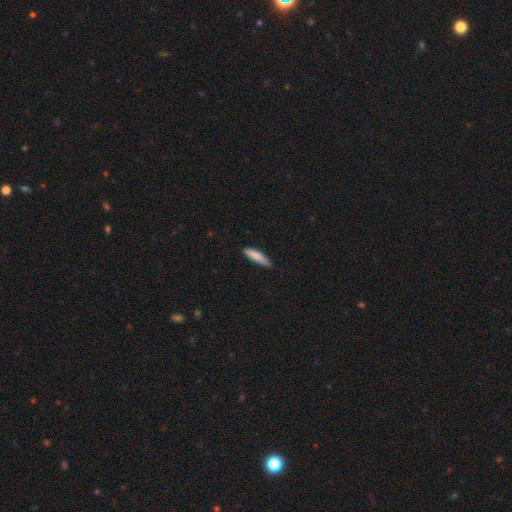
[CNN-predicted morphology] smooth-or-featured: smooth: 82% | featured or disk: 12% | star or artifact: 6%
  how-rounded: cigar-shaped: 77% | in between: 22% | round: 1%
  merging: none: 76% | minor disturbance: 20% | major disturbance: 2% | merger: 1%